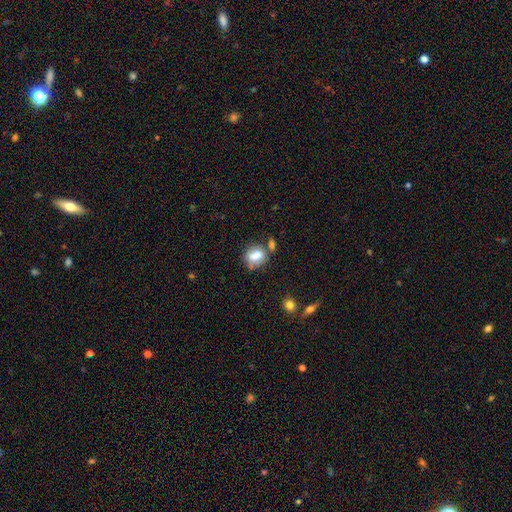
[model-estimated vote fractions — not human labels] The model was most divided on "how rounded": in between: 57%, round: 41%, cigar-shaped: 2%. More confident: smooth or featured — smooth (78%); merging — none (52%).